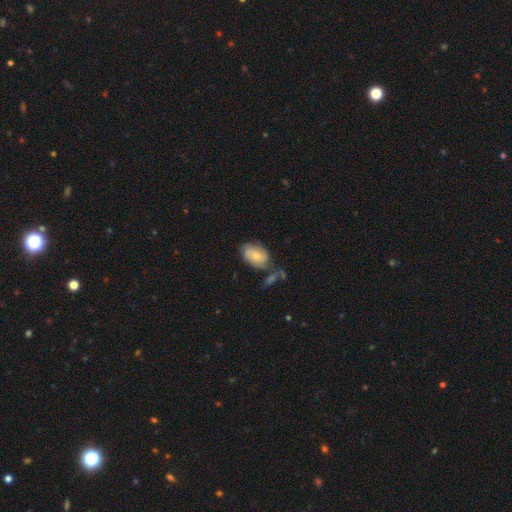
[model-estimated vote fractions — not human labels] This is possibly a smooth galaxy (55%). How rounded: clearly in between (88%). Merging: possibly none (50%).